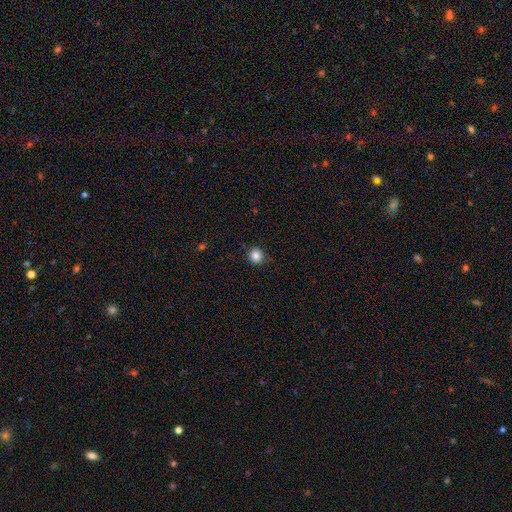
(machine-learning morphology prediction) type=smooth (85%); roundness=round (92%); merging=none (88%).